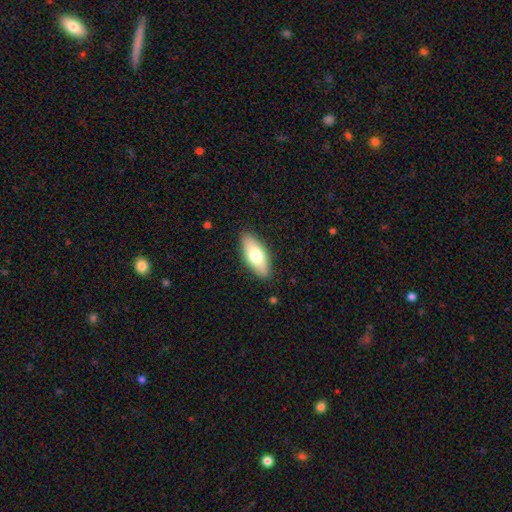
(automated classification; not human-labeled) Smooth or featured? smooth (69%)
How rounded? in between (80%)
Merging? none (87%)